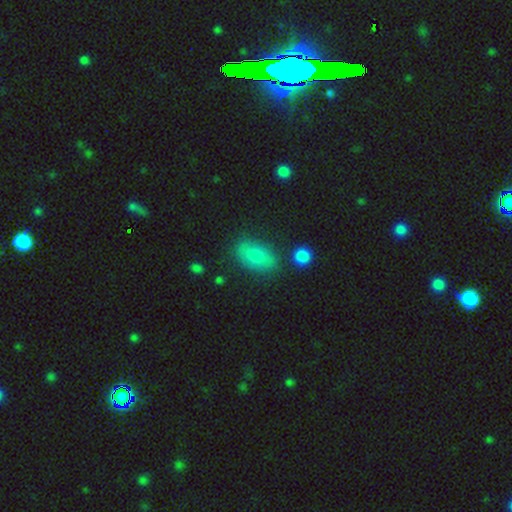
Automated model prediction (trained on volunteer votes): smooth_or_featured: smooth (p=0.73) [alt: featured or disk p=0.18]
how_rounded: in between (p=0.87) [alt: round p=0.10]
merging: none (p=0.78) [alt: minor disturbance p=0.15]